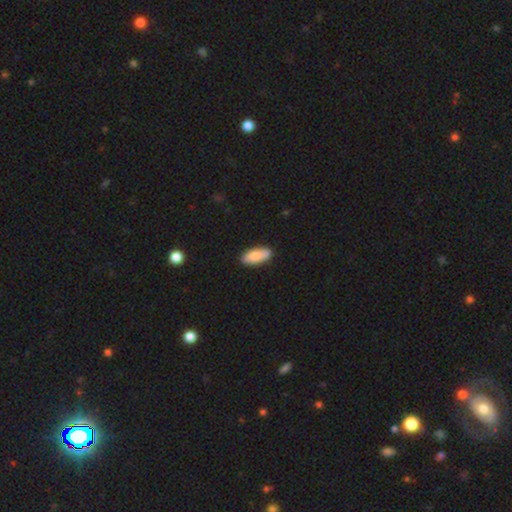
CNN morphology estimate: Q: Smooth or featured?
A: smooth (83%); runner-up: featured or disk (12%)
Q: How rounded?
A: in between (82%); runner-up: cigar-shaped (16%)
Q: Merging?
A: none (82%); runner-up: minor disturbance (13%)